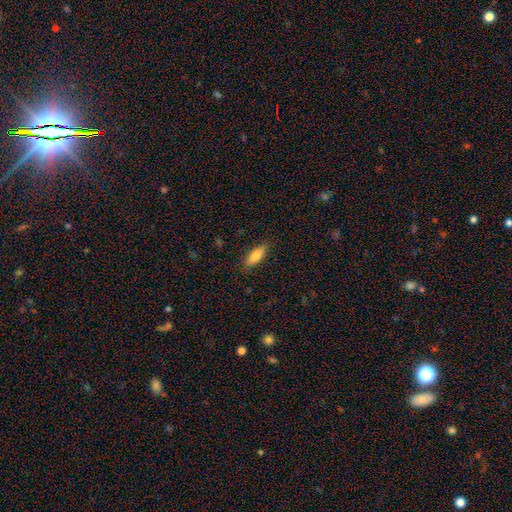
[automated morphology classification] Overall: smooth (80%). How rounded: in between (64%; cigar-shaped 34%). Merging: none (86%).